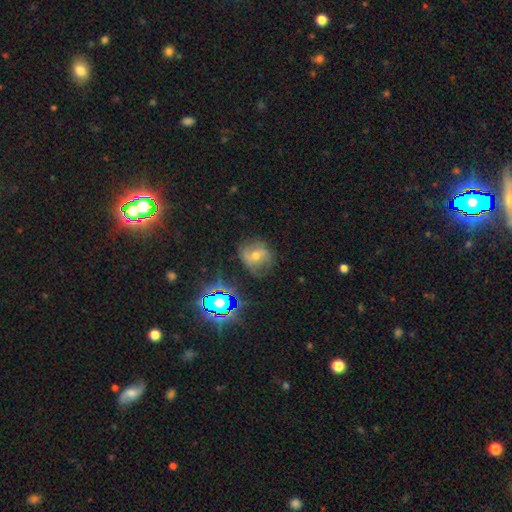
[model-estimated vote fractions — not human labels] The model was most divided on "smooth or featured": featured or disk: 41%, smooth: 30%, star or artifact: 29%. More confident: merging — none (71%).